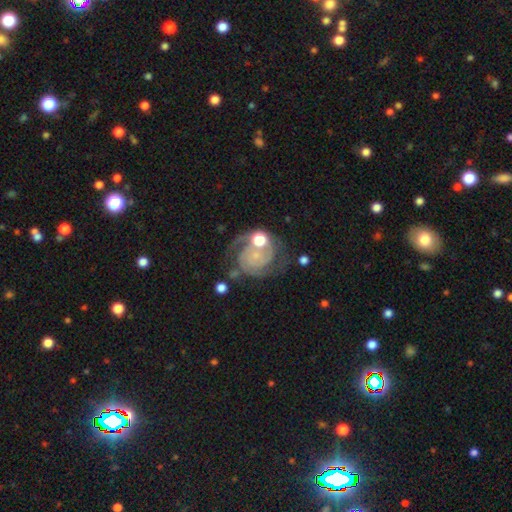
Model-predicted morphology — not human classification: This is clearly a featured or disk galaxy (86%). It is clearly not viewed edge-on (98%). Bar: likely no (73%). Spiral arm pattern: clearly yes (97%). Spiral arm count: likely 2 (69%). Spiral winding: possibly tight (56%). Central bulge: likely small (62%). Merging: possibly none (58%).